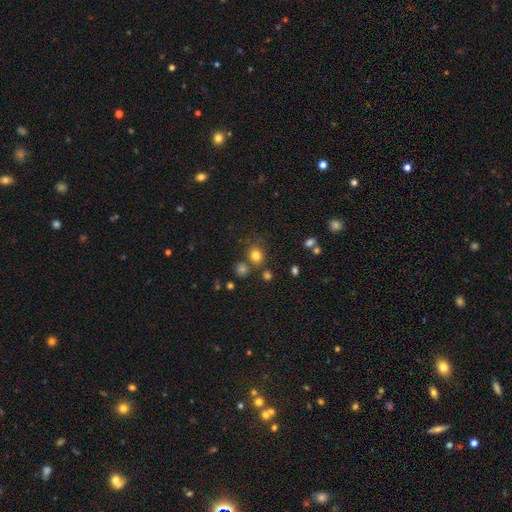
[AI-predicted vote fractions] smooth-or-featured: smooth: 79% | star or artifact: 14% | featured or disk: 7%
  how-rounded: round: 73% | in between: 26% | cigar-shaped: 1%
  merging: none: 71% | merger: 13% | minor disturbance: 12% | major disturbance: 5%